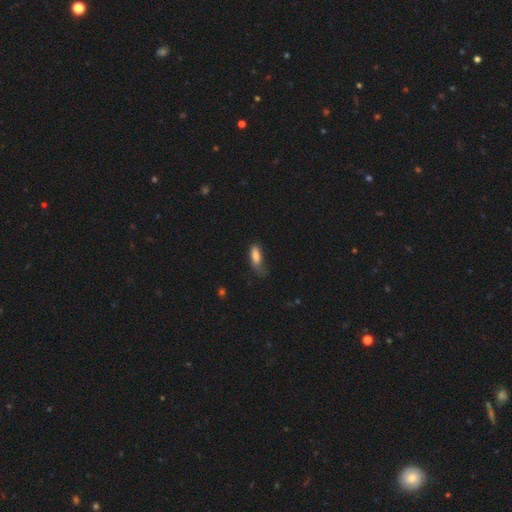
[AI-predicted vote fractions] Overall: smooth (79%). How rounded: in between (62%; cigar-shaped 36%). Merging: none (39%; minor disturbance 37%).